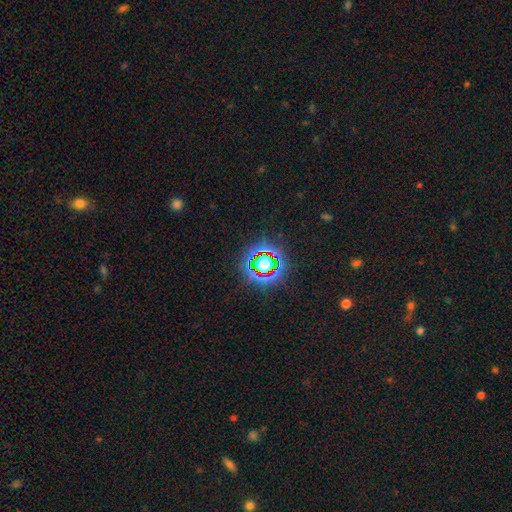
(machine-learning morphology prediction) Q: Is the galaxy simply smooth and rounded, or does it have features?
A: star or artifact — 78%.